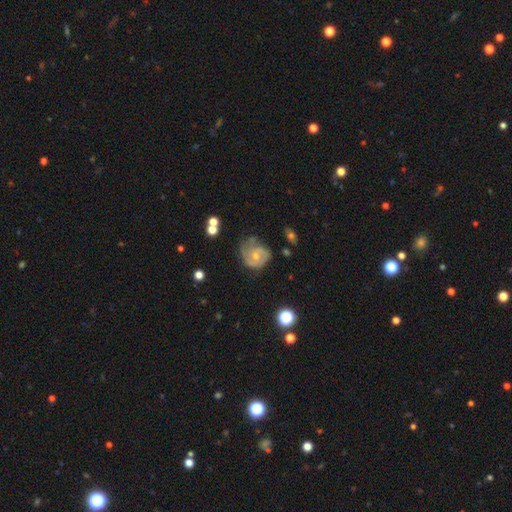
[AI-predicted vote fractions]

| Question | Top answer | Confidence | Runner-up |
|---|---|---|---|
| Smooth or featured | featured or disk | 76% | smooth (17%) |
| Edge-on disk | no | 98% | yes (2%) |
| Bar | no | 63% | weak (32%) |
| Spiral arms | yes | 92% | no (8%) |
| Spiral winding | tight | 48% | medium (40%) |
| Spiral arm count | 2 | 50% | can't tell (20%) |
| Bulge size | small | 60% | moderate (34%) |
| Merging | none | 51% | minor disturbance (28%) |